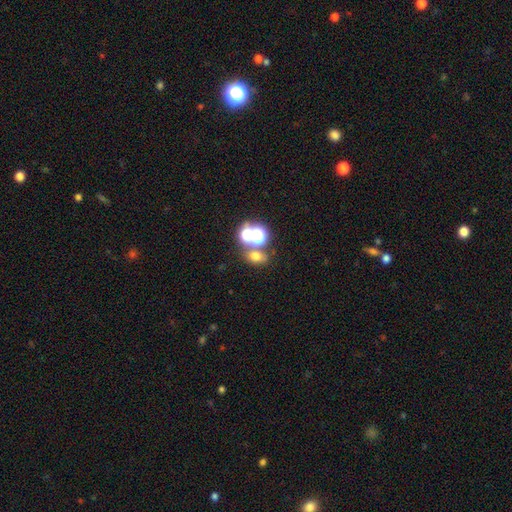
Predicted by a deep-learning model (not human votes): Morphology: type=smooth (57%); roundness=in between (52%); merging=none (52%).